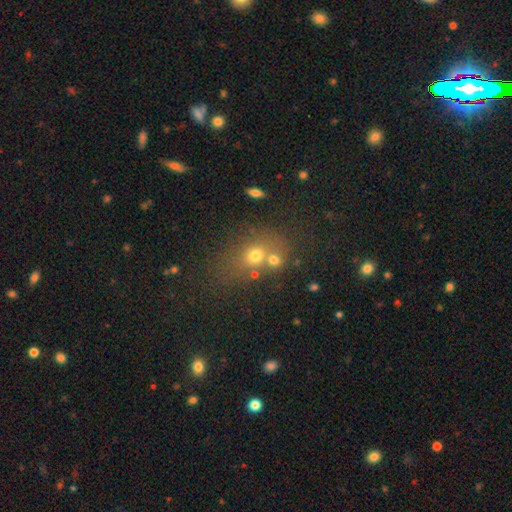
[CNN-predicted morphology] smooth-or-featured: smooth: 64% | star or artifact: 19% | featured or disk: 17%
  how-rounded: round: 56% | in between: 42% | cigar-shaped: 2%
  merging: none: 45% | merger: 38% | minor disturbance: 11% | major disturbance: 7%